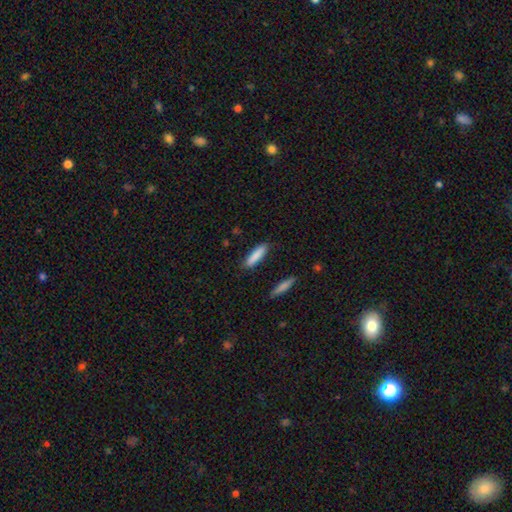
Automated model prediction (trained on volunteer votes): The model was most divided on "how rounded": cigar-shaped: 70%, in between: 29%, round: 1%. More confident: smooth or featured — smooth (85%); merging — none (85%).